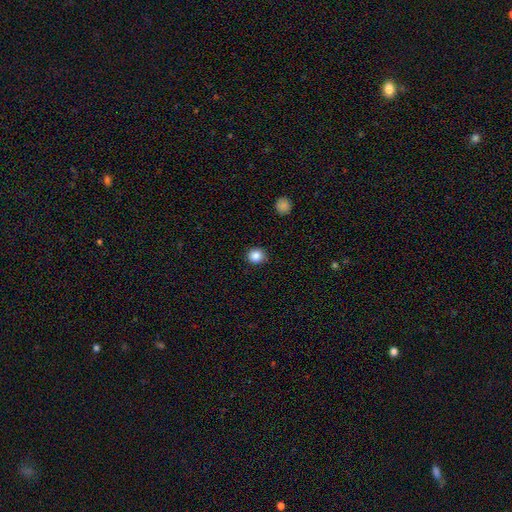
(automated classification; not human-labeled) Smooth or featured?
  - smooth: 87% *
  - star or artifact: 10%
  - featured or disk: 3%
How rounded?
  - round: 88% *
  - in between: 11%
  - cigar-shaped: 1%
Merging?
  - none: 89% *
  - minor disturbance: 8%
  - major disturbance: 2%
  - merger: 1%